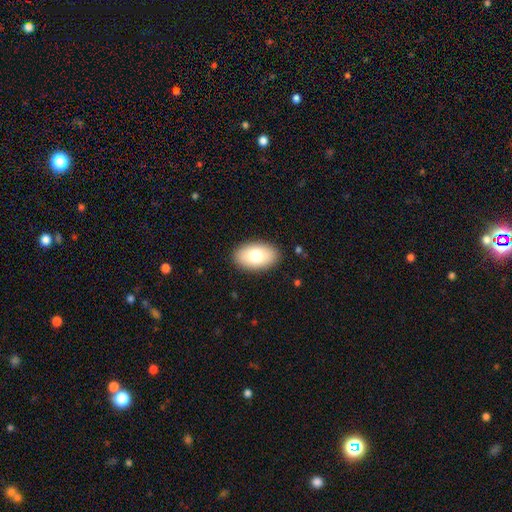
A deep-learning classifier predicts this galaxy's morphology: Smooth or featured? smooth (76%)
How rounded? in between (93%)
Merging? none (88%)